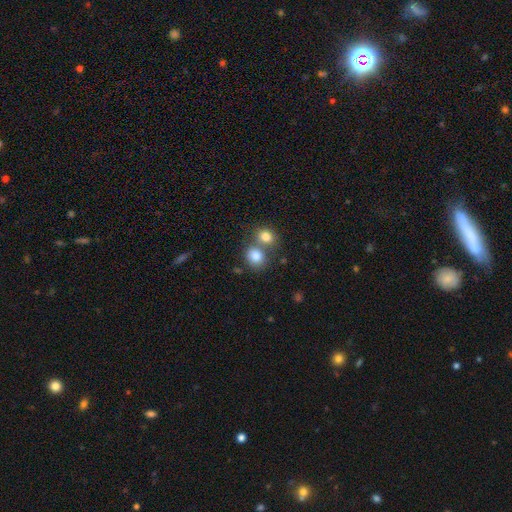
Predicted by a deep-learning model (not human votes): Q: Smooth or featured?
A: smooth (81%); runner-up: star or artifact (10%)
Q: How rounded?
A: round (68%); runner-up: in between (31%)
Q: Merging?
A: merger (45%); runner-up: none (44%)